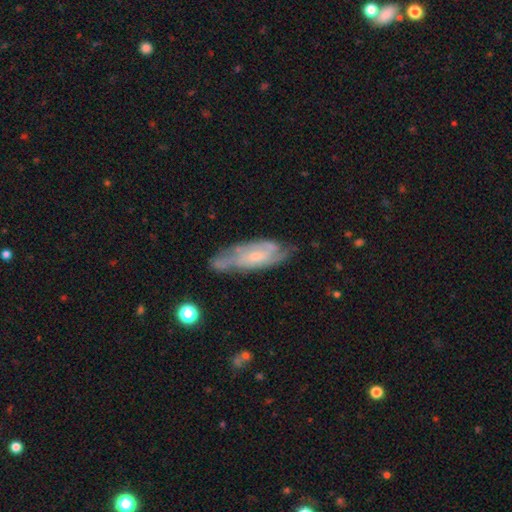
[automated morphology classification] This is likely a featured or disk galaxy (71%). It is clearly not viewed edge-on (82%). Bar: possibly no (60%). Spiral arm pattern: clearly yes (84%). Central bulge: likely small (62%). Merging: likely none (60%).